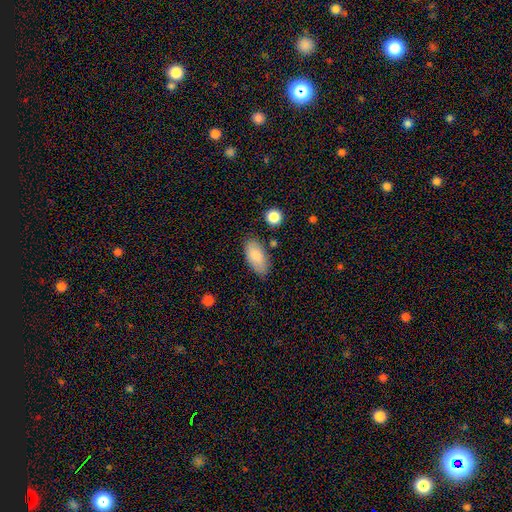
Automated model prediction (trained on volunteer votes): Overall: smooth (83%). How rounded: in between (93%). Merging: none (76%).